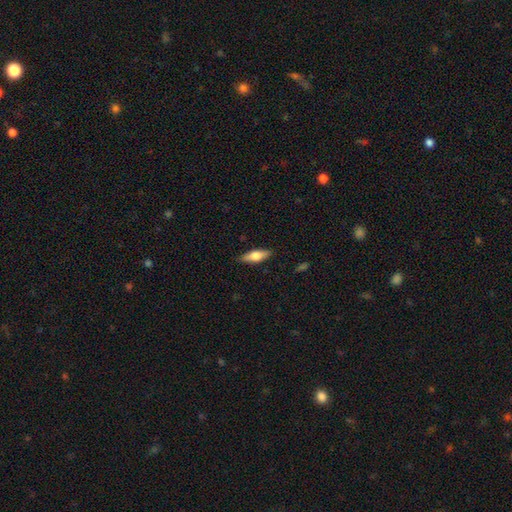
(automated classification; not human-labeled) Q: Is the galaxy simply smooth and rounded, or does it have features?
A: smooth — 61%.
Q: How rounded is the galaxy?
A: in between — 60%.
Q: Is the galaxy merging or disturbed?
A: none — 86%.